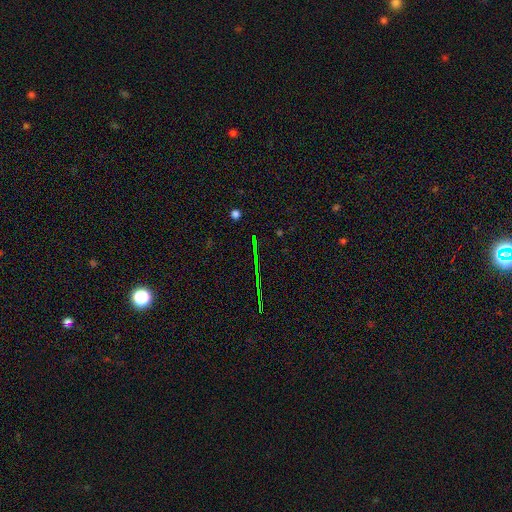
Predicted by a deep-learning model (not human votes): smooth-or-featured: star or artifact: 74% | featured or disk: 15% | smooth: 11%